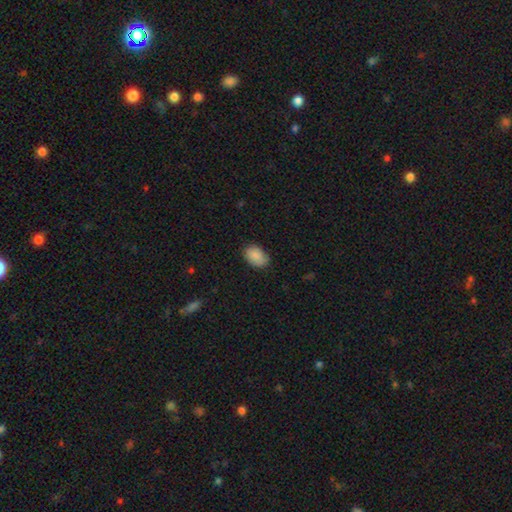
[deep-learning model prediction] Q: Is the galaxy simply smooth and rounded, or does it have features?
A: smooth — 87%.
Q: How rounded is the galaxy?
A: in between — 85%.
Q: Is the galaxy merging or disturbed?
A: none — 76%.